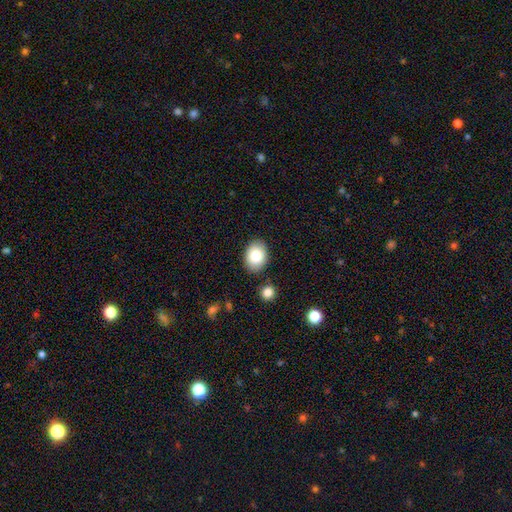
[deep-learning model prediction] Overall: smooth (84%). How rounded: in between (75%). Merging: none (85%).